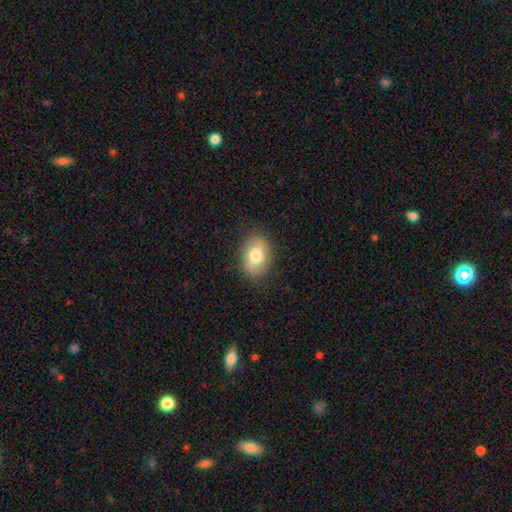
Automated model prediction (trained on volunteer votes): A smooth galaxy with no disk features (61%) that is in between round and cigar-shaped (74%).

Vote fractions:
- Smooth or featured? smooth: 61% / featured or disk: 31% / star or artifact: 7%
- How rounded? in between: 74% / round: 25% / cigar-shaped: 1%
- Merging? none: 82% / minor disturbance: 13% / major disturbance: 4% / merger: 1%